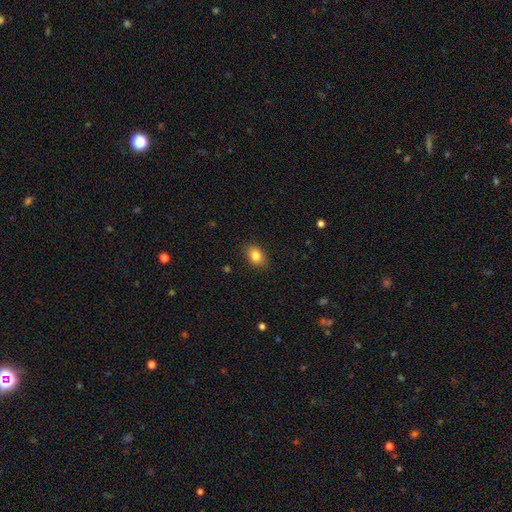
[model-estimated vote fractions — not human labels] Overall: smooth (84%). How rounded: in between (74%). Merging: none (87%).